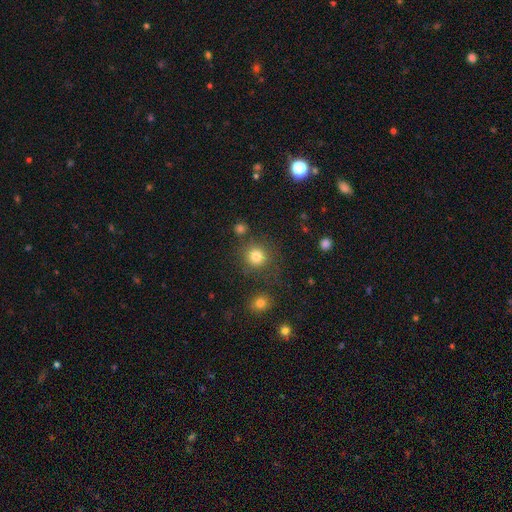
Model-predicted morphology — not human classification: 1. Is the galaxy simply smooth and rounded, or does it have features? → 81% smooth, 13% star or artifact, 6% featured or disk.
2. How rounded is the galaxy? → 91% round, 8% in between, 1% cigar-shaped.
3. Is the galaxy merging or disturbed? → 79% none, 10% minor disturbance, 7% merger, 5% major disturbance.